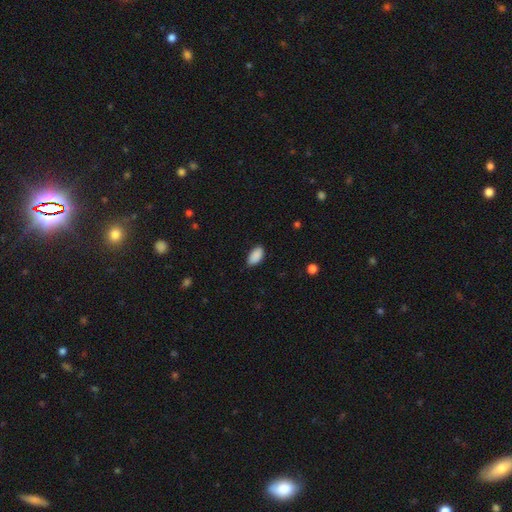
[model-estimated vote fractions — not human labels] Smooth or featured? Predicted: smooth (p=0.90). How rounded? Predicted: in between (p=0.94). Merging? Predicted: none (p=0.81).